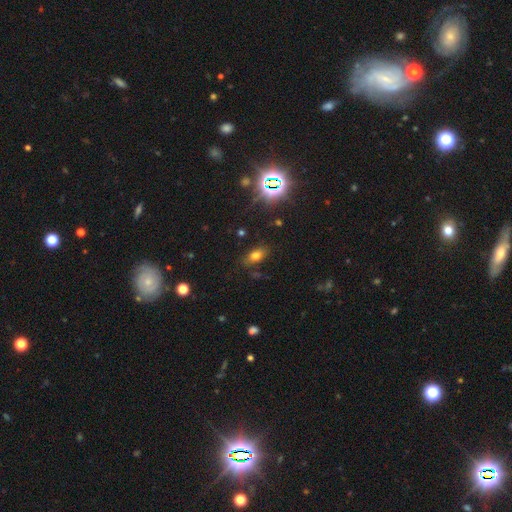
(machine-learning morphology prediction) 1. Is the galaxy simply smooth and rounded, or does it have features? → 68% smooth, 20% star or artifact, 12% featured or disk.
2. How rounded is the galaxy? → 82% in between, 11% round, 7% cigar-shaped.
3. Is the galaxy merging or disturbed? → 81% none, 13% minor disturbance, 4% major disturbance, 3% merger.